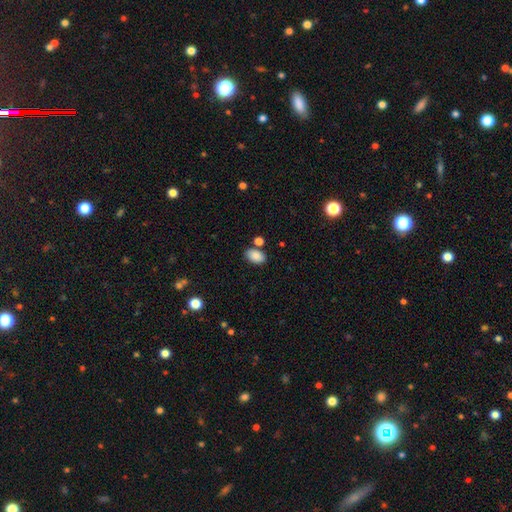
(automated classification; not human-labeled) smooth 87%, star or artifact 8%, featured or disk 4%. Down the decision tree: how rounded — in between (90%); merging — none (74%).